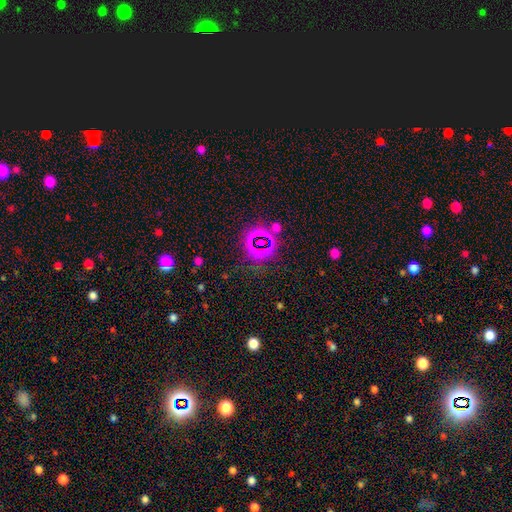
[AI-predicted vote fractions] smooth-or-featured: star or artifact: 69% | smooth: 22% | featured or disk: 9%